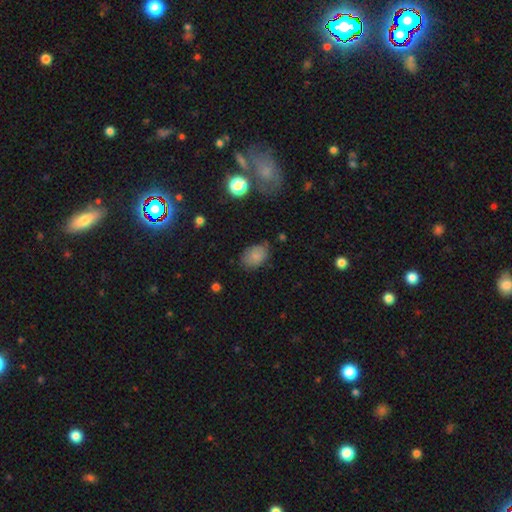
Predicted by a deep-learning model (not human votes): The model was most divided on "merging": none: 64%, minor disturbance: 26%, major disturbance: 7%, merger: 2%. More confident: how rounded — in between (81%); smooth or featured — smooth (79%).